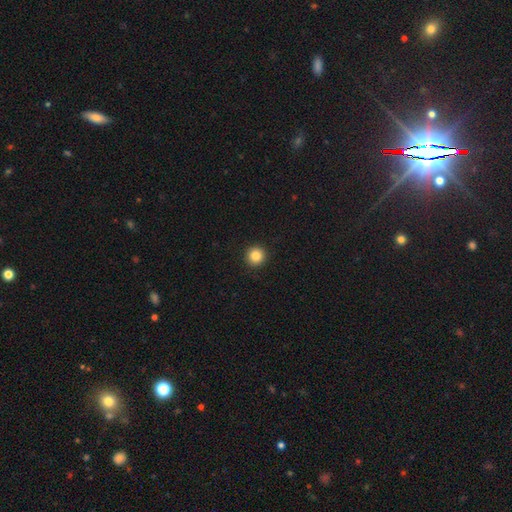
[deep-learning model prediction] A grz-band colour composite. It shows a smooth galaxy with no disk features (85%) that is round (96%). Merging: none (94%).